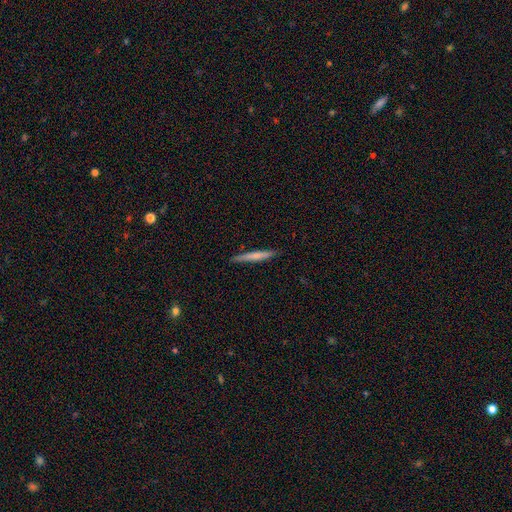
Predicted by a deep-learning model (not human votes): smooth 64%, featured or disk 30%, star or artifact 6%. Down the decision tree: how rounded — cigar-shaped (96%); merging — none (89%).